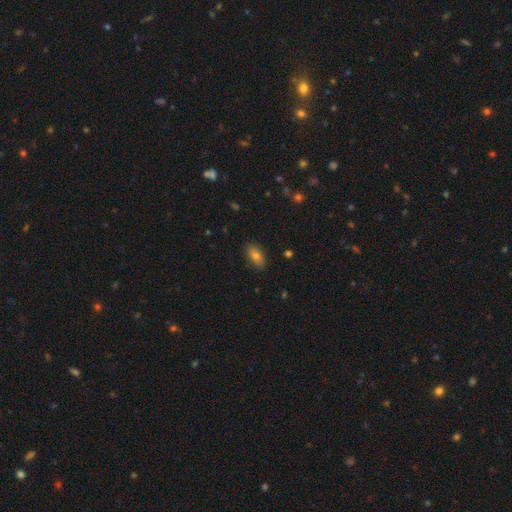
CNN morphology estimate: Smooth or featured? smooth (74%)
How rounded? in between (87%)
Merging? none (85%)